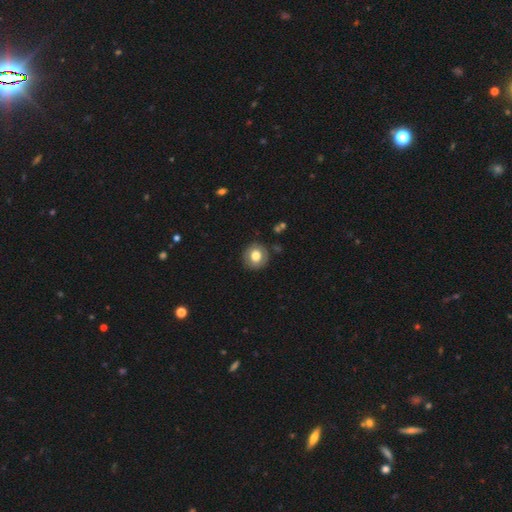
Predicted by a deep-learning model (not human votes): Smooth or featured? Predicted: smooth (p=0.72). How rounded? Predicted: round (p=0.87). Merging? Predicted: none (p=0.86).